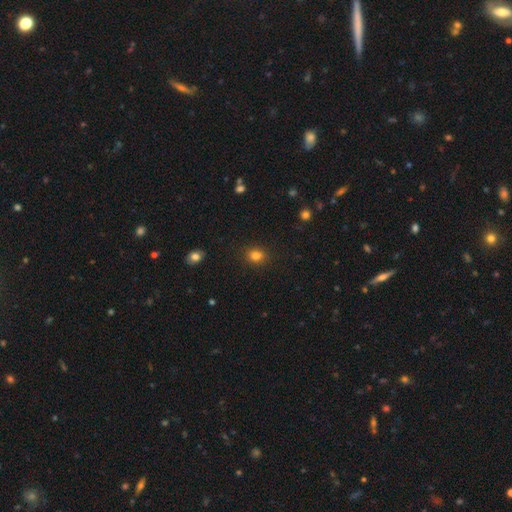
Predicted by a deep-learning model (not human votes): smooth 82%, star or artifact 12%, featured or disk 5%. Down the decision tree: how rounded — round (58%); merging — none (87%).